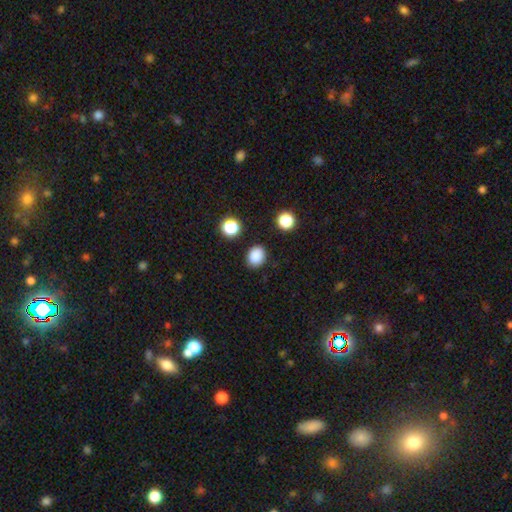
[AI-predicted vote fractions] Smooth or featured? smooth (86%)
How rounded? in between (52%)
Merging? none (86%)